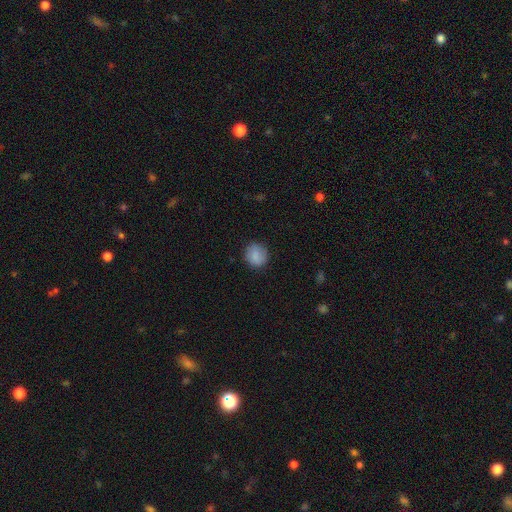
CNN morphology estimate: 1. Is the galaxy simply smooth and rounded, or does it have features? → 85% smooth, 8% star or artifact, 7% featured or disk.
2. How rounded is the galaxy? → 86% round, 13% in between, 1% cigar-shaped.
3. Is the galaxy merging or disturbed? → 84% none, 12% minor disturbance, 3% major disturbance, 1% merger.